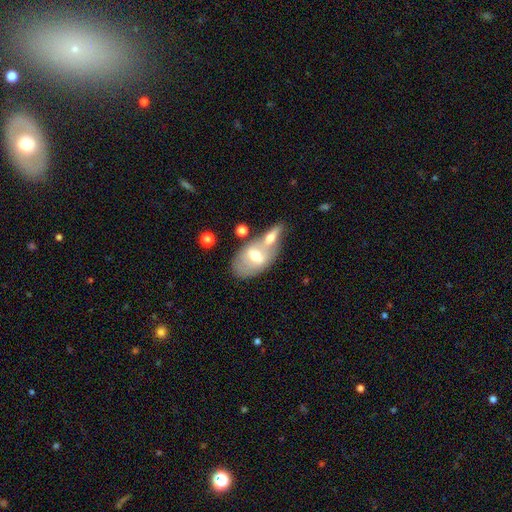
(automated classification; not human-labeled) Smooth or featured?
  - smooth: 50% *
  - featured or disk: 44%
  - star or artifact: 6%
Merging?
  - merger: 48% *
  - none: 34%
  - minor disturbance: 12%
  - major disturbance: 6%